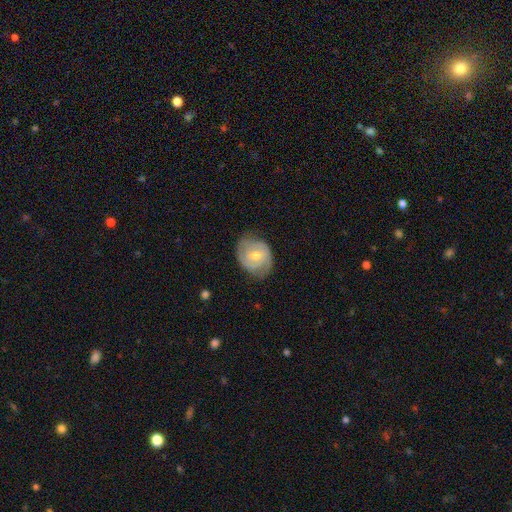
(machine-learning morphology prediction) smooth-or-featured: featured or disk: 74% | smooth: 20% | star or artifact: 6%
  disk-edge-on: no: 97% | yes: 3%
    bar: no: 57% | weak: 36% | strong: 7%
    has-spiral-arms: yes: 90% | no: 10%
      spiral-winding: tight: 59% | medium: 32% | loose: 9%
      spiral-arm-count: 2: 60% | can't tell: 20% | 3: 11% | 1: 4% | 4: 3% | more than 4: 2%
    bulge-size: moderate: 65% | small: 31% | large: 2% | none: 1% | dominant: 1%
  merging: none: 72% | minor disturbance: 21% | major disturbance: 6% | merger: 1%